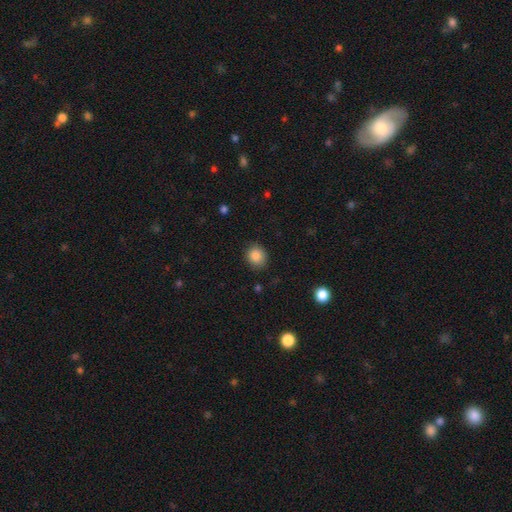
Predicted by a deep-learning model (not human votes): This is clearly a smooth galaxy (86%). How rounded: likely round (76%). Merging: clearly none (87%).